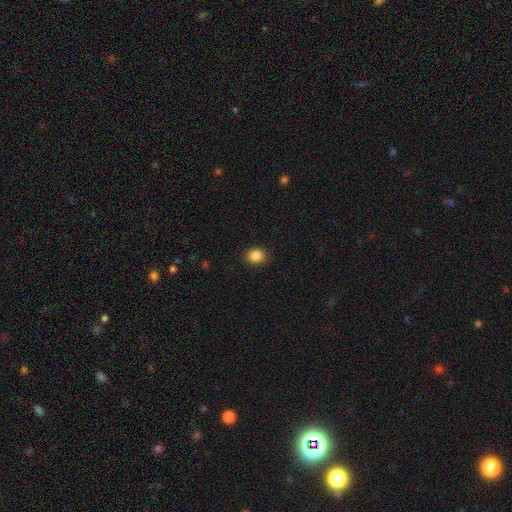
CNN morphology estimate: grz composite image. It shows a smooth galaxy with no disk features (86%) that is round (68%). Merging: none (89%).